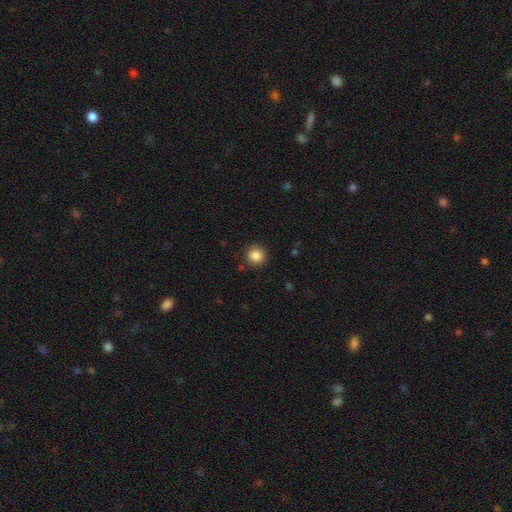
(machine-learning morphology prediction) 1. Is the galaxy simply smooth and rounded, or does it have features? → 86% smooth, 10% star or artifact, 4% featured or disk.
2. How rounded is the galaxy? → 90% round, 9% in between, 1% cigar-shaped.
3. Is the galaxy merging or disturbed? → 88% none, 8% minor disturbance, 2% major disturbance, 1% merger.